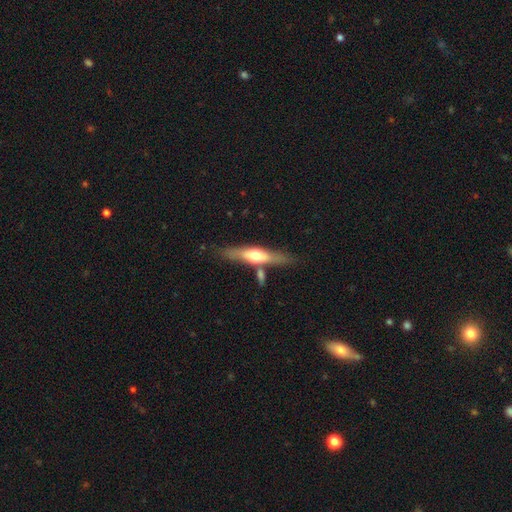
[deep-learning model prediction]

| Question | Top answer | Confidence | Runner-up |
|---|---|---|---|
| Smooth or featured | featured or disk | 55% | smooth (40%) |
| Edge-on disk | yes | 89% | no (11%) |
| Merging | none | 70% | merger (13%) |